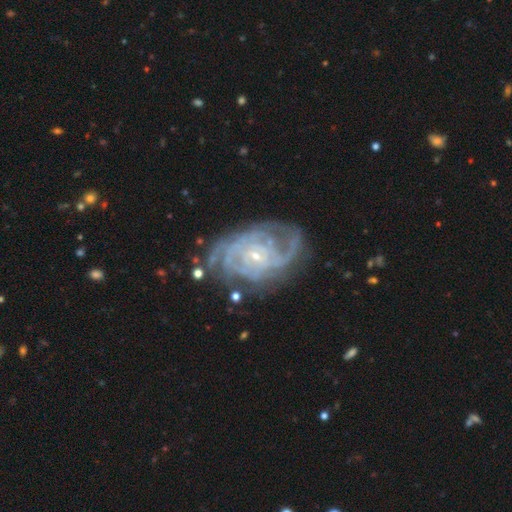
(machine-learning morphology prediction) Overall: featured or disk (88%). Edge-on disk: no (97%). Bar: no (64%; weak 28%). Spiral arms: yes (96%). Spiral arm count: can't tell (30%; 3 18%). Spiral winding: tight (63%; medium 30%). Bulge size: small (82%). Merging: none (63%).